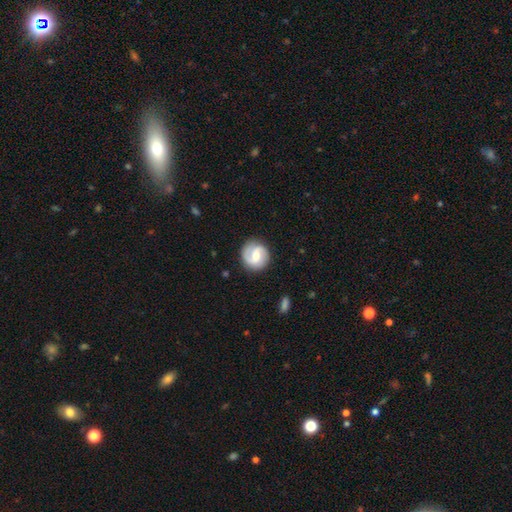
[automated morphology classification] Smooth or featured?
  - featured or disk: 69% *
  - smooth: 26%
  - star or artifact: 5%
Edge-on disk?
  - no: 98% *
  - yes: 2%
Bar?
  - weak: 53% *
  - no: 30%
  - strong: 17%
Spiral arms?
  - yes: 90% *
  - no: 10%
Spiral winding?
  - medium: 44% *
  - tight: 33%
  - loose: 23%
Spiral arm count?
  - 2: 80% *
  - 1: 10%
  - can't tell: 6%
  - 3: 1%
  - 4: 1%
  - more than 4: 1%
Bulge size?
  - moderate: 63% *
  - small: 29%
  - large: 5%
  - none: 2%
  - dominant: 1%
Merging?
  - none: 84% *
  - minor disturbance: 12%
  - major disturbance: 4%
  - merger: 1%